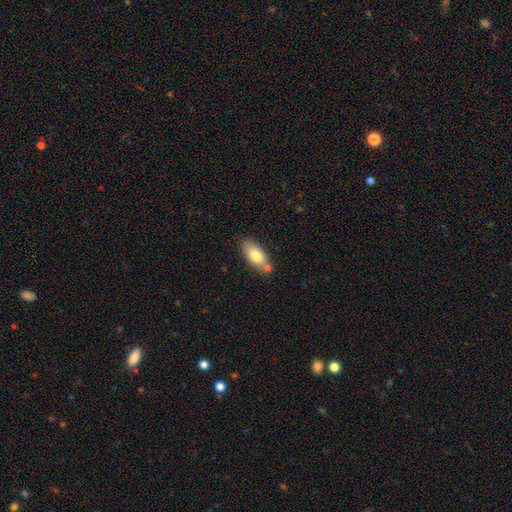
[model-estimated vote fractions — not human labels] Smooth or featured? Predicted: smooth (p=0.75). How rounded? Predicted: in between (p=0.88). Merging? Predicted: none (p=0.67).